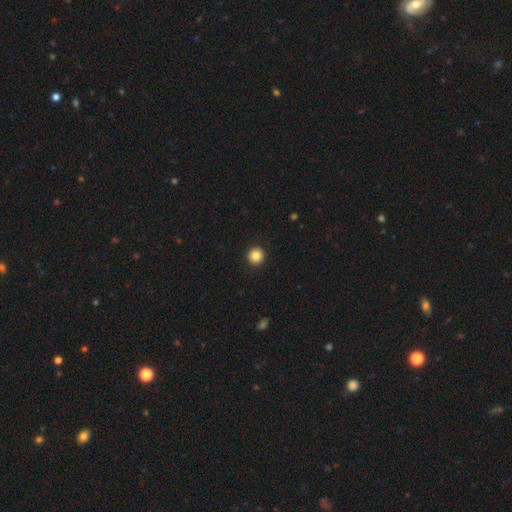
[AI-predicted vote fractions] smooth_or_featured: smooth (p=0.85) [alt: star or artifact p=0.10]
how_rounded: round (p=0.95) [alt: in between p=0.04]
merging: none (p=0.93) [alt: minor disturbance p=0.04]